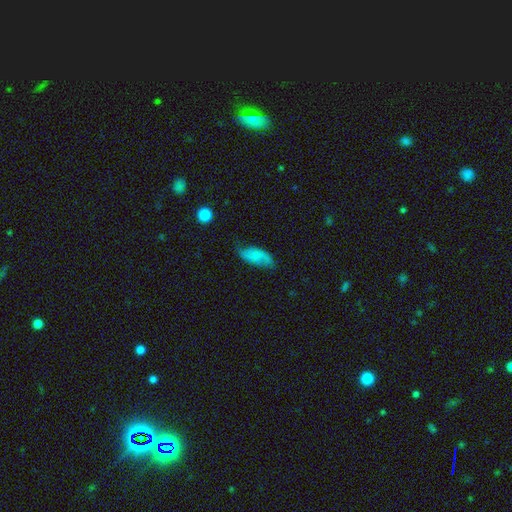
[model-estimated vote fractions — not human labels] smooth_or_featured: smooth (p=0.55) [alt: featured or disk p=0.36]
how_rounded: in between (p=0.87) [alt: cigar-shaped p=0.10]
merging: none (p=0.61) [alt: minor disturbance p=0.28]